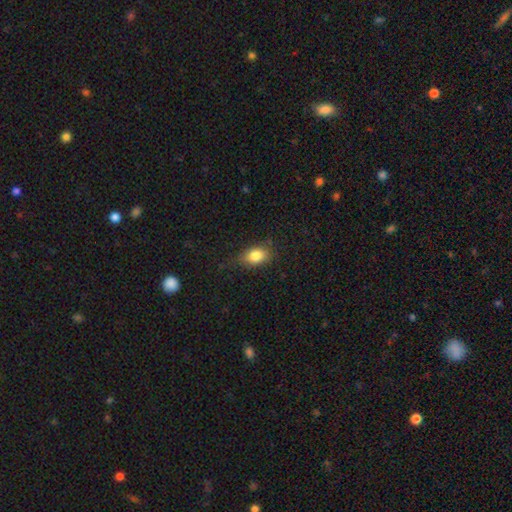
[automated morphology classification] Smooth or featured? smooth (83%)
How rounded? in between (78%)
Merging? none (71%)